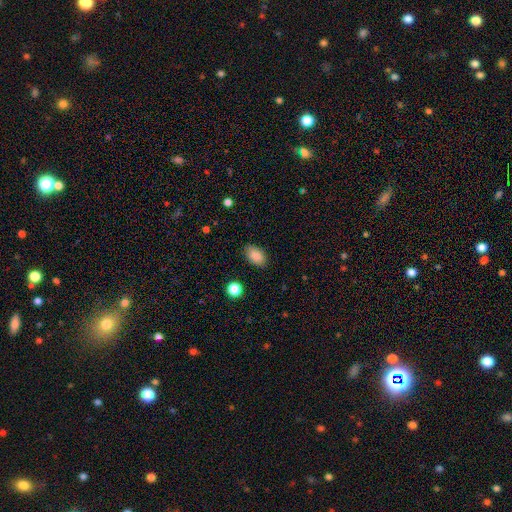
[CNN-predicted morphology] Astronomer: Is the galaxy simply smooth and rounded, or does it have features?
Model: smooth — 87%.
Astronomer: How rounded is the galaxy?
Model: in between — 90%.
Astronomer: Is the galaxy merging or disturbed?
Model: none — 86%.